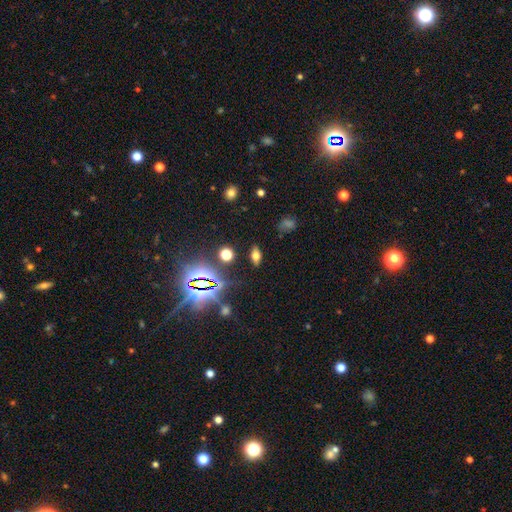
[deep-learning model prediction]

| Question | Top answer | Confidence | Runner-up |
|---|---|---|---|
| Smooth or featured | smooth | 54% | star or artifact (26%) |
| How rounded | in between | 80% | cigar-shaped (12%) |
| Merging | none | 85% | minor disturbance (9%) |